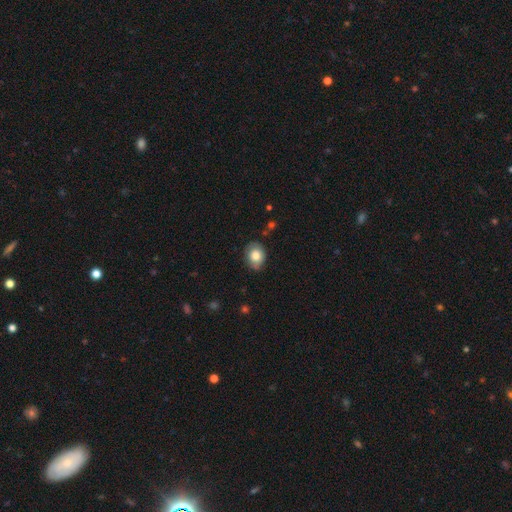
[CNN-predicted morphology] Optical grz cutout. It shows a smooth galaxy with no disk features (80%) that is in between round and cigar-shaped (57%). Merging: none (78%).